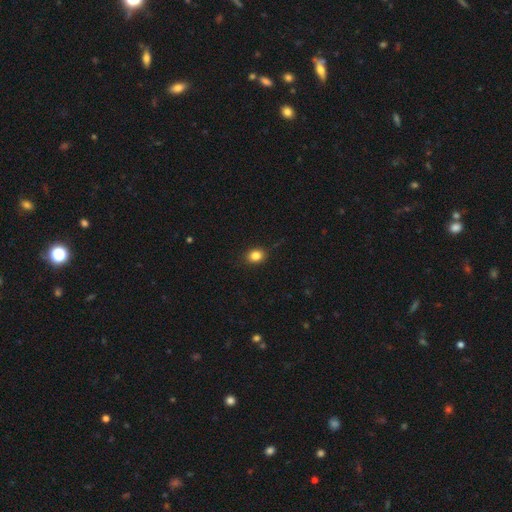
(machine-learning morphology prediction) Smooth or featured? Predicted: smooth (p=0.84). How rounded? Predicted: in between (p=0.52). Merging? Predicted: none (p=0.88).